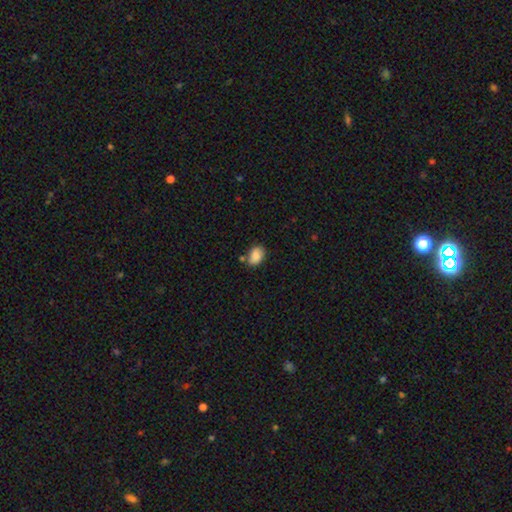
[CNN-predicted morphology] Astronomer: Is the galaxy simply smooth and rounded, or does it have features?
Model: smooth — 86%.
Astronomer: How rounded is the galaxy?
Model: in between — 82%.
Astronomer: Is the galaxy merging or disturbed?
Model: none — 66%.